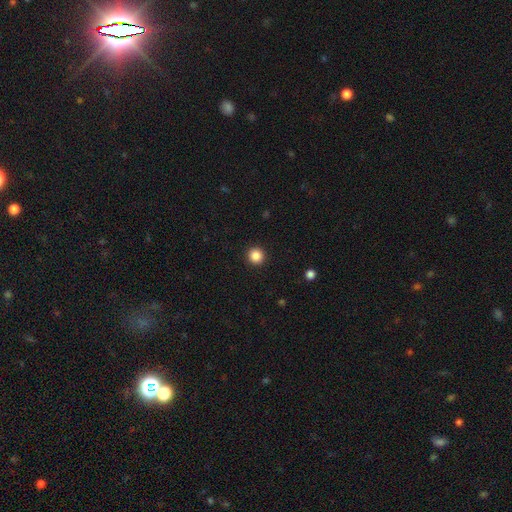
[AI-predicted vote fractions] Smooth or featured: smooth — 86% (star or artifact — 11%)
How rounded: round — 95% (in between — 4%)
Merging: none — 93% (minor disturbance — 4%)